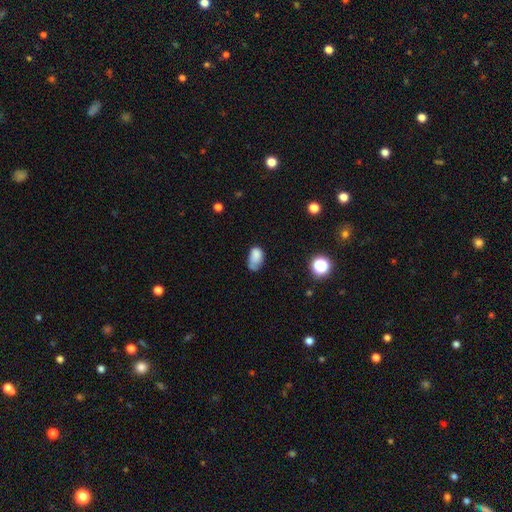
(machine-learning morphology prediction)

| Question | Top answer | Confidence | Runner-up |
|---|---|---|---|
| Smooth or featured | smooth | 76% | featured or disk (13%) |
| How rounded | in between | 87% | round (12%) |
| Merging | none | 39% | minor disturbance (36%) |